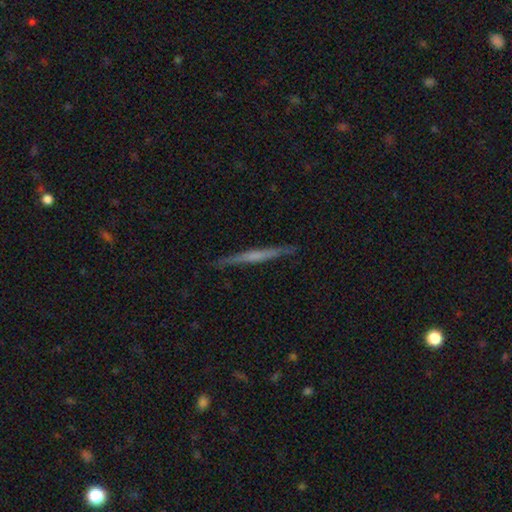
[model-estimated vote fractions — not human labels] Smooth or featured?
  - featured or disk: 58% *
  - smooth: 35%
  - star or artifact: 6%
Edge-on disk?
  - yes: 97% *
  - no: 3%
Edge-on bulge?
  - none: 62% *
  - rounded: 25%
  - boxy: 14%
Merging?
  - none: 89% *
  - minor disturbance: 8%
  - major disturbance: 2%
  - merger: 1%